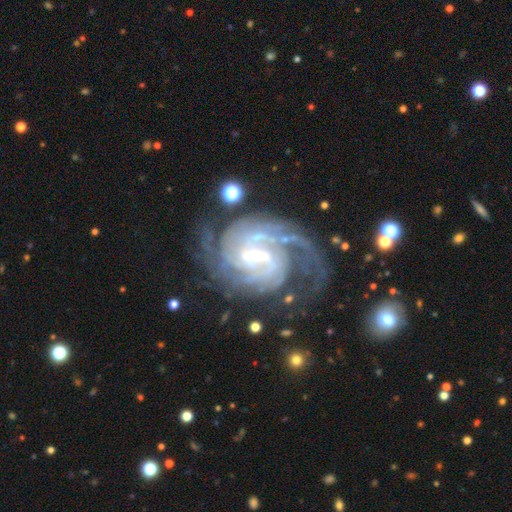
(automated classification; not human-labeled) smooth-or-featured: featured or disk: 92% | star or artifact: 5% | smooth: 3%
  disk-edge-on: no: 98% | yes: 2%
    bar: weak: 50% | strong: 33% | no: 17%
    has-spiral-arms: yes: 98% | no: 2%
      spiral-winding: tight: 55% | medium: 37% | loose: 8%
      spiral-arm-count: 2: 31% | 3: 20% | can't tell: 19% | 4: 15% | more than 4: 8% | 1: 7%
    bulge-size: small: 70% | moderate: 25% | none: 3% | large: 2% | dominant: 1%
  merging: none: 63% | minor disturbance: 18% | major disturbance: 15% | merger: 3%